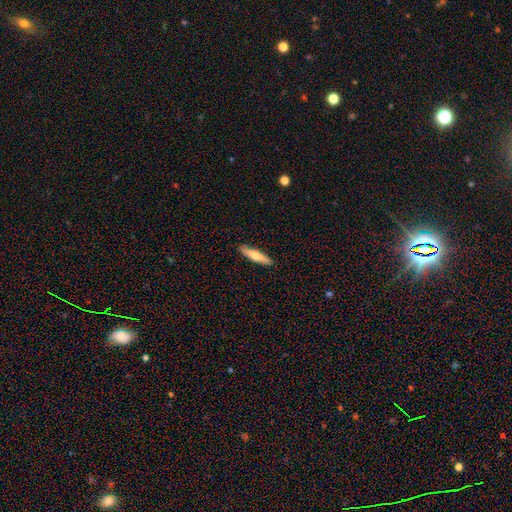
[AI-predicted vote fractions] smooth-or-featured: smooth: 64% | featured or disk: 31% | star or artifact: 5%
  how-rounded: cigar-shaped: 83% | in between: 15% | round: 2%
  merging: none: 90% | minor disturbance: 7% | major disturbance: 2% | merger: 1%